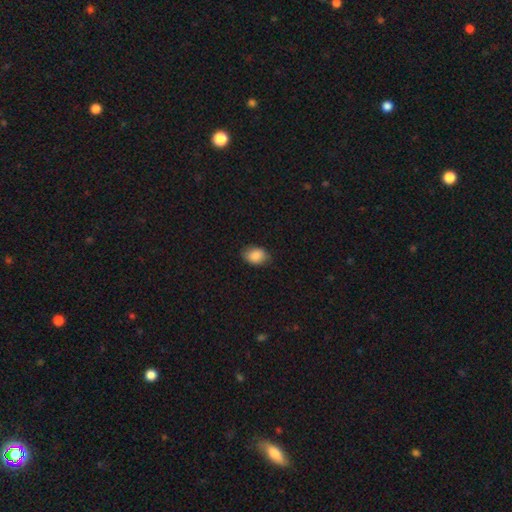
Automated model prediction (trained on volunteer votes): smooth_or_featured: smooth (p=0.87) [alt: star or artifact p=0.07]
how_rounded: in between (p=0.76) [alt: round p=0.23]
merging: none (p=0.79) [alt: minor disturbance p=0.17]